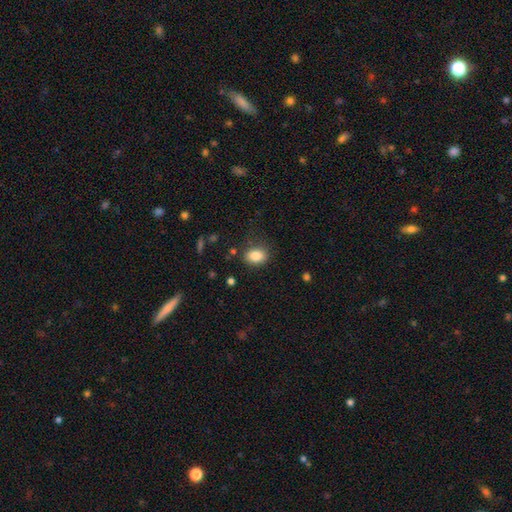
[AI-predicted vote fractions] Q: Smooth or featured?
A: smooth (85%); runner-up: star or artifact (9%)
Q: How rounded?
A: in between (72%); runner-up: round (27%)
Q: Merging?
A: none (79%); runner-up: minor disturbance (15%)